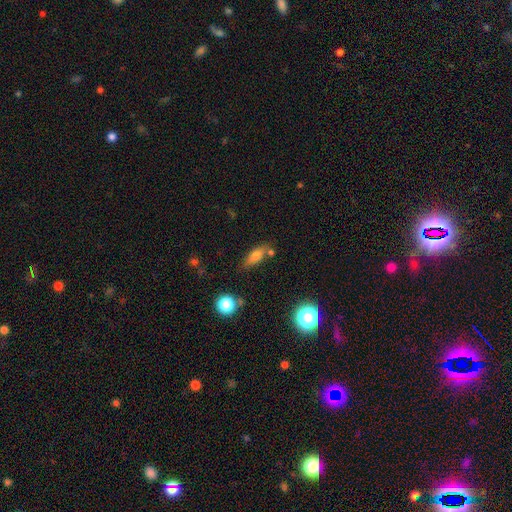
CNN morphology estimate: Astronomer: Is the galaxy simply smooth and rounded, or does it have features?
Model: smooth — 69%.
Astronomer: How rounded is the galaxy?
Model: in between — 65%.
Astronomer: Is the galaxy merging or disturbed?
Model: none — 65%.